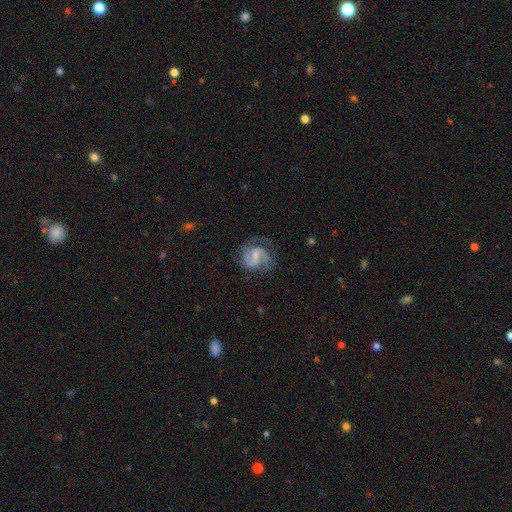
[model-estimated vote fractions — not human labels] This appears to be a featured or disk galaxy (83%) with a weak bar (55%), 2 (79%) medium (53%) spiral arms (95%) and a small central bulge (52%). Merging: none (62%).